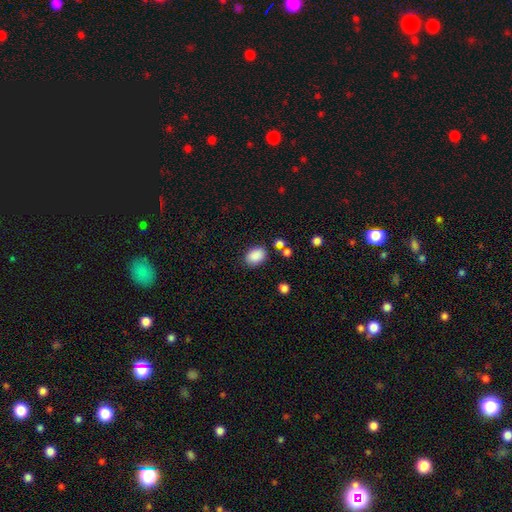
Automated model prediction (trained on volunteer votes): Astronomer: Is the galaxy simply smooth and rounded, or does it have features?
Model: smooth — 88%.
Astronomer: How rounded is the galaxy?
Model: in between — 79%.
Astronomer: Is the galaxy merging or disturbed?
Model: none — 81%.